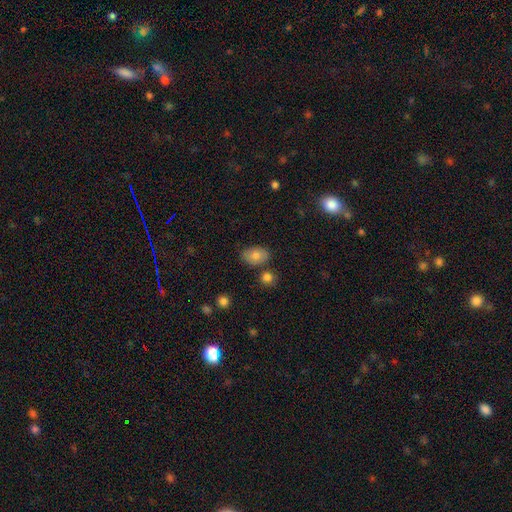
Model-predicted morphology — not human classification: The model was most divided on "merging": none: 76%, minor disturbance: 14%, merger: 7%, major disturbance: 3%. More confident: how rounded — in between (84%); smooth or featured — smooth (80%).